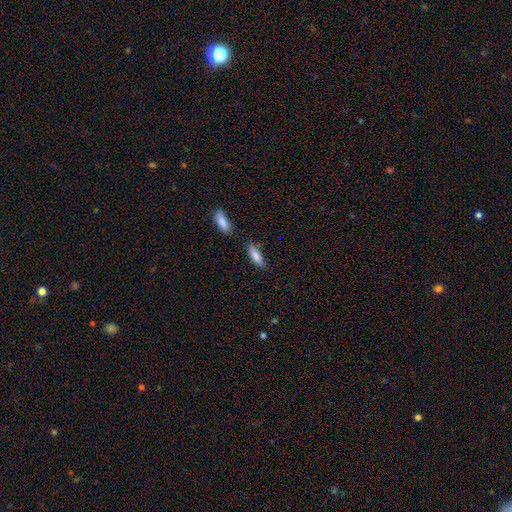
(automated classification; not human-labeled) Overall: smooth (82%). How rounded: in between (50%; cigar-shaped 48%). Merging: none (73%).